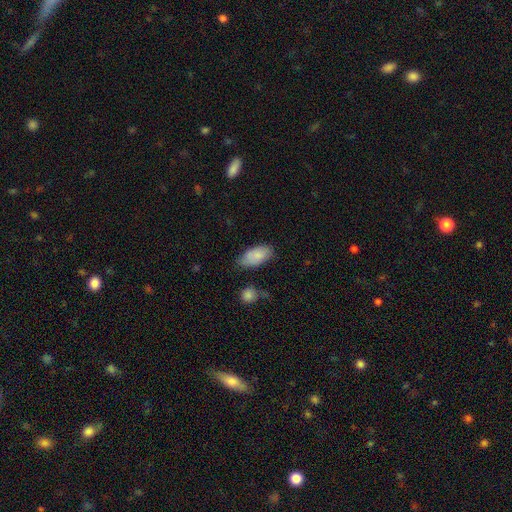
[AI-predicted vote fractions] Smooth or featured? Predicted: smooth (p=0.84). How rounded? Predicted: in between (p=0.93). Merging? Predicted: none (p=0.64).